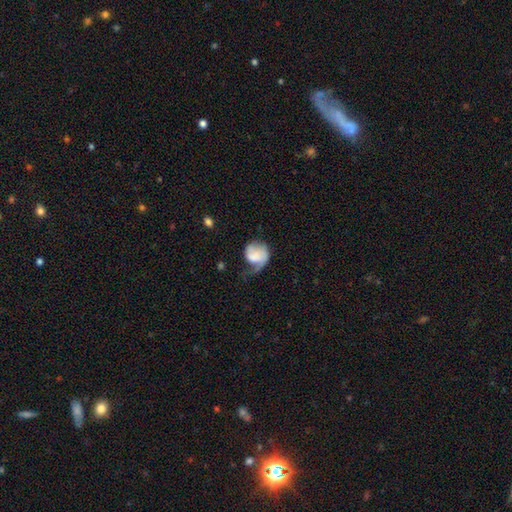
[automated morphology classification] Smooth or featured? smooth (50%)
Merging? major disturbance (41%)